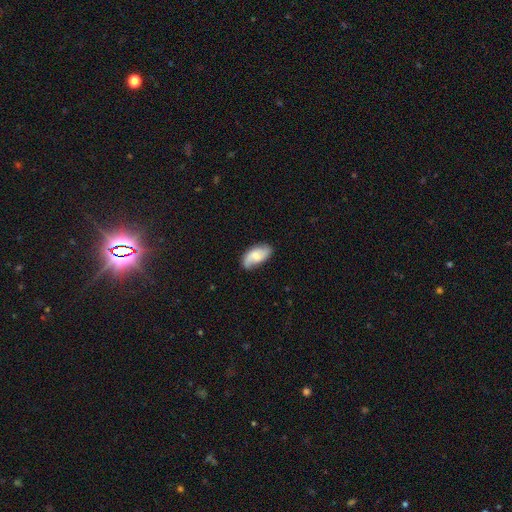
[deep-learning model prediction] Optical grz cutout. It shows a featured or disk galaxy (47%). Merging: none (70%).